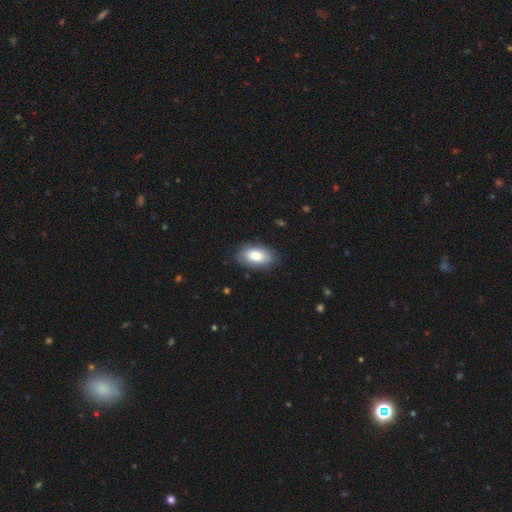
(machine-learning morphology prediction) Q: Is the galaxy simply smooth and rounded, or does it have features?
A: smooth — 79%.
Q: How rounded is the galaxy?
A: in between — 93%.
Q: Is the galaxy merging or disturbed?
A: none — 79%.